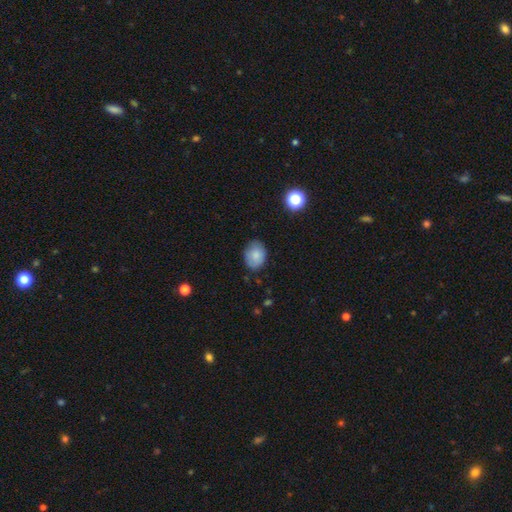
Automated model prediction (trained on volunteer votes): smooth 83%, featured or disk 9%, star or artifact 8%. Down the decision tree: how rounded — in between (69%); merging — none (77%).